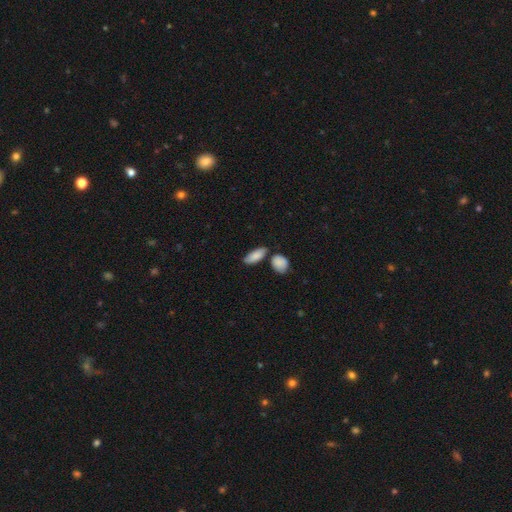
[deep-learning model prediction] Smooth or featured?
  - smooth: 85% *
  - featured or disk: 9%
  - star or artifact: 6%
How rounded?
  - in between: 83% *
  - cigar-shaped: 14%
  - round: 3%
Merging?
  - none: 64% *
  - minor disturbance: 18%
  - merger: 14%
  - major disturbance: 4%